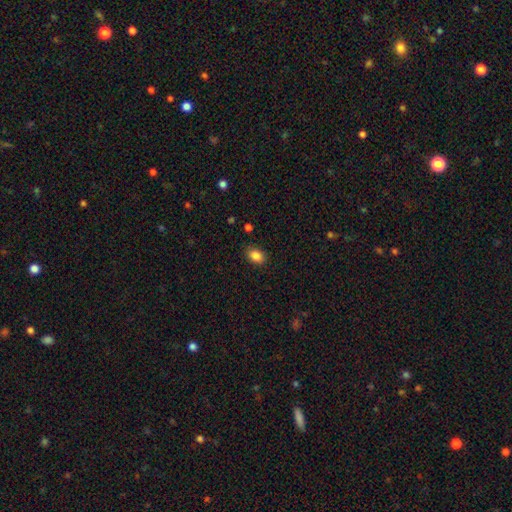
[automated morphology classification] smooth 87%, star or artifact 9%, featured or disk 4%. Down the decision tree: how rounded — in between (81%); merging — none (87%).